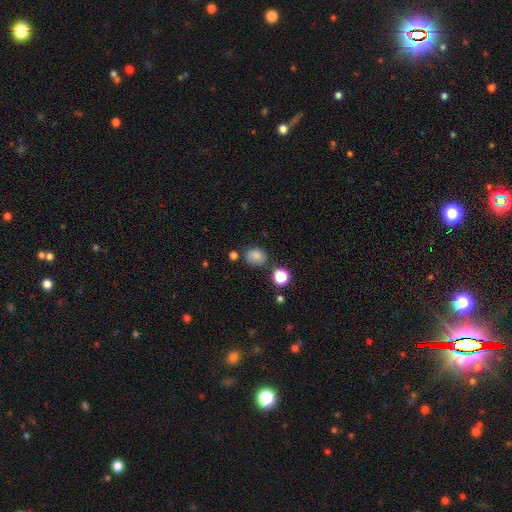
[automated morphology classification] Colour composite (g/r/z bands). It shows a smooth galaxy with no disk features (78%) that is round (62%). Merging: none (67%).